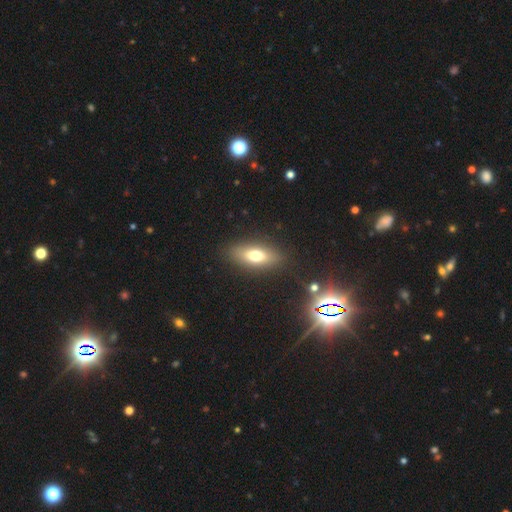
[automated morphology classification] Smooth or featured: smooth — 67% (featured or disk — 23%)
How rounded: in between — 72% (cigar-shaped — 24%)
Merging: none — 86% (minor disturbance — 10%)